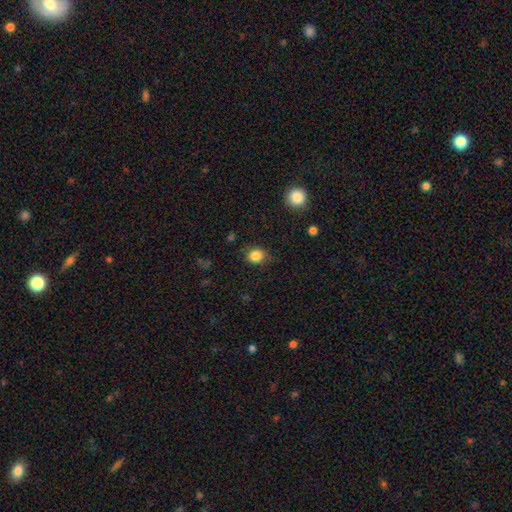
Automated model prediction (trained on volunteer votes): smooth-or-featured: smooth: 85% | star or artifact: 11% | featured or disk: 5%
  how-rounded: round: 69% | in between: 31% | cigar-shaped: 1%
  merging: none: 79% | minor disturbance: 15% | major disturbance: 4% | merger: 1%